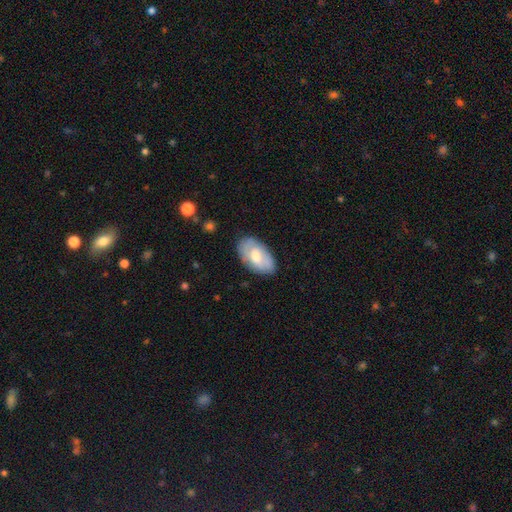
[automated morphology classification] Smooth or featured? Predicted: smooth (p=0.57). How rounded? Predicted: in between (p=0.94). Merging? Predicted: none (p=0.77).